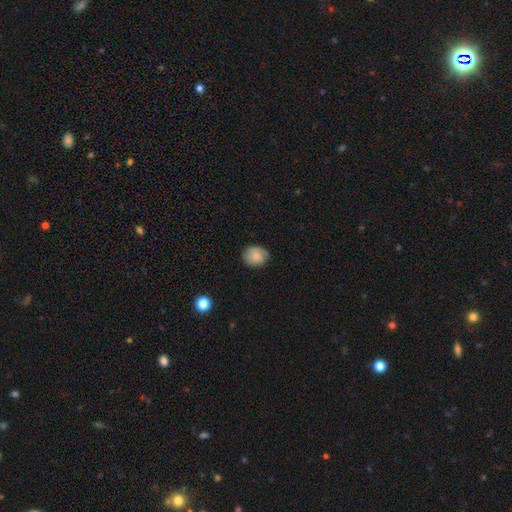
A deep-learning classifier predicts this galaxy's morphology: A smooth galaxy with no disk features (70%) that is round (62%).

Vote fractions:
- Smooth or featured? smooth: 70% / featured or disk: 22% / star or artifact: 8%
- How rounded? round: 62% / in between: 37% / cigar-shaped: 1%
- Merging? none: 70% / minor disturbance: 23% / major disturbance: 6% / merger: 1%